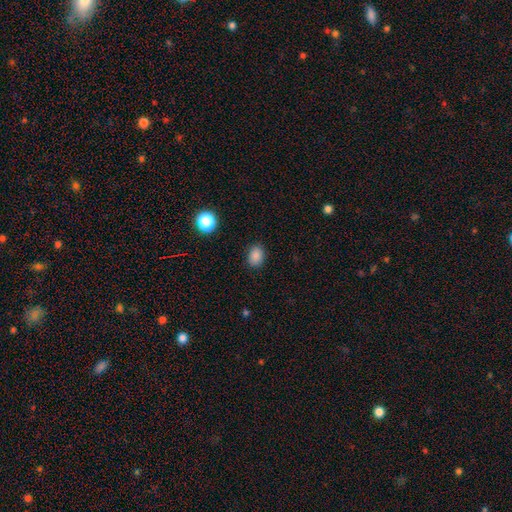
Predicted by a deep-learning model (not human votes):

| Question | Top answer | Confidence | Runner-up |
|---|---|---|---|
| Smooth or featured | smooth | 86% | star or artifact (11%) |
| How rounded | in between | 65% | round (34%) |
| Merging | none | 87% | minor disturbance (9%) |